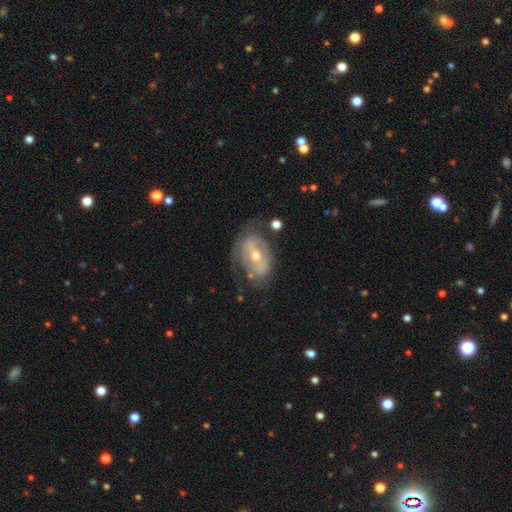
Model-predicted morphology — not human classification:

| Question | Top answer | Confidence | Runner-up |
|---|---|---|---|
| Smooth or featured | featured or disk | 71% | smooth (21%) |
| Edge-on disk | no | 92% | yes (8%) |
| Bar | strong | 40% | weak (34%) |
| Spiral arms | yes | 56% | no (44%) |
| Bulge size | moderate | 56% | small (40%) |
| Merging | none | 60% | minor disturbance (23%) |